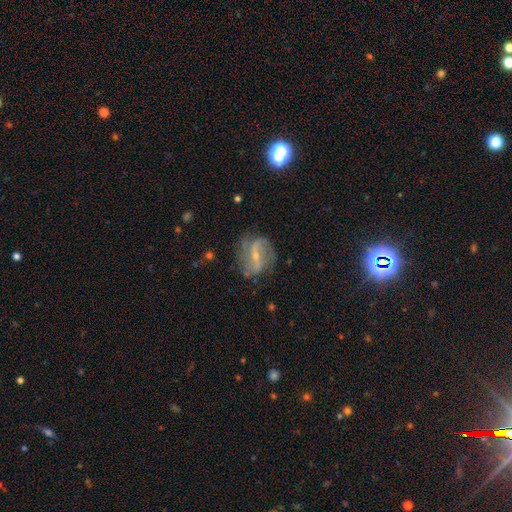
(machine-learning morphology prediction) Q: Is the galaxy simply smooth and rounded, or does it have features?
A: featured or disk — 80%.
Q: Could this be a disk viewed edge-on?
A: no — 96%.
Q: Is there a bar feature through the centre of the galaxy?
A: weak — 42%.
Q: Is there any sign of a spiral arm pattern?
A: yes — 89%.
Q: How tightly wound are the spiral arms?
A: loose — 44%.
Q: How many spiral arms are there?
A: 2 — 74%.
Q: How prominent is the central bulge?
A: small — 64%.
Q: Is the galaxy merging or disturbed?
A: none — 69%.